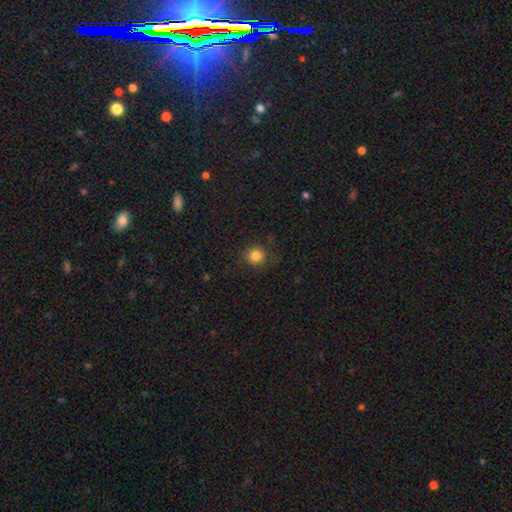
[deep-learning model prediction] smooth_or_featured: smooth (p=0.83) [alt: star or artifact p=0.12]
how_rounded: round (p=0.92) [alt: in between p=0.07]
merging: none (p=0.86) [alt: minor disturbance p=0.09]